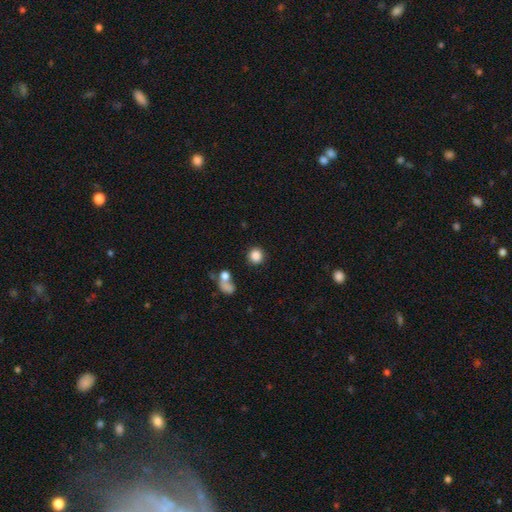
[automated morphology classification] Overall: smooth (85%). How rounded: round (91%). Merging: none (84%).